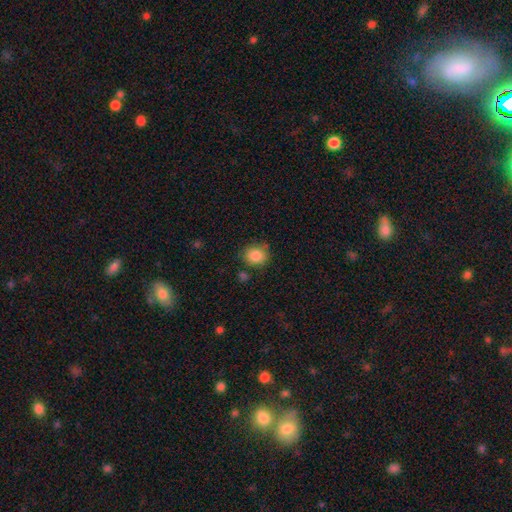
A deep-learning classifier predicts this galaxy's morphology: Smooth or featured? smooth (86%)
How rounded? round (76%)
Merging? none (77%)